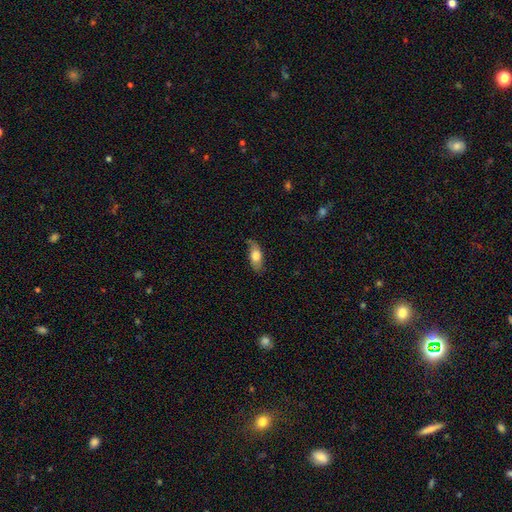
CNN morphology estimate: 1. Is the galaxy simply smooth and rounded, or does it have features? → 70% smooth, 24% featured or disk, 6% star or artifact.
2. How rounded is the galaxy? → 82% in between, 14% cigar-shaped, 4% round.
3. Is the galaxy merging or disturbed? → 68% none, 25% minor disturbance, 5% major disturbance, 1% merger.